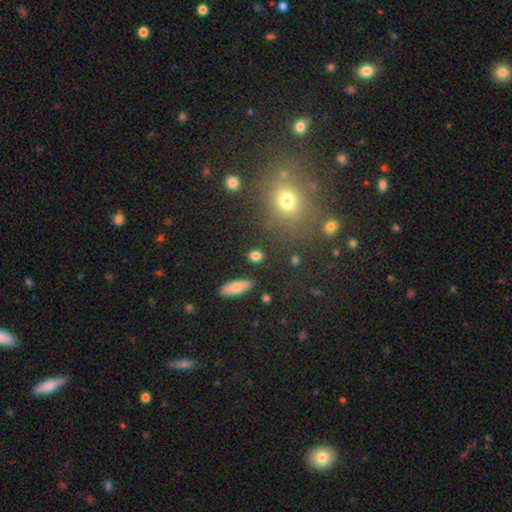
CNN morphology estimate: Overall: smooth (81%). How rounded: in between (55%; round 36%). Merging: none (84%).